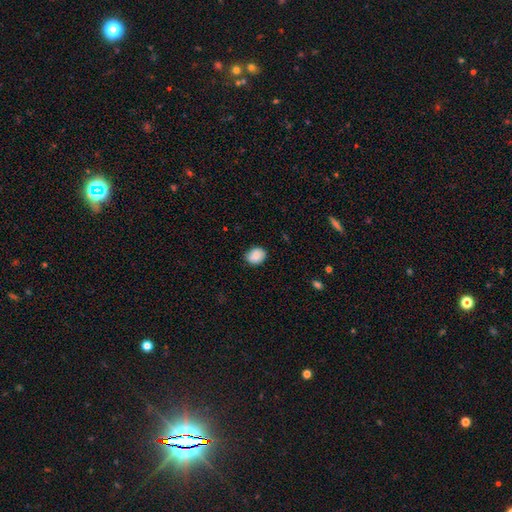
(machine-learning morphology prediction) smooth 88%, star or artifact 8%, featured or disk 4%. Down the decision tree: how rounded — round (55%); merging — none (81%).